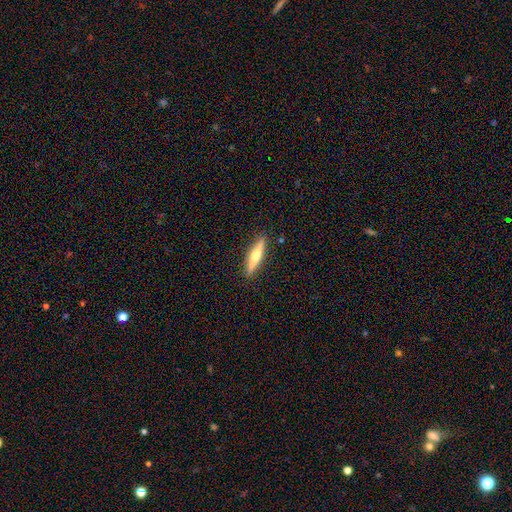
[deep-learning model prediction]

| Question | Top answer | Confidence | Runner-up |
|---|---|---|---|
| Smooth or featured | featured or disk | 55% | smooth (40%) |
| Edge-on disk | yes | 96% | no (4%) |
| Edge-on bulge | rounded | 92% | none (5%) |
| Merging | none | 90% | minor disturbance (7%) |